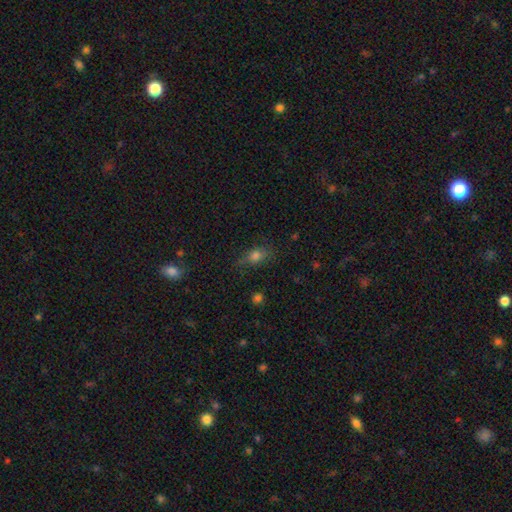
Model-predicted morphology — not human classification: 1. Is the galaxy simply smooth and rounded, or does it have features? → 71% smooth, 16% star or artifact, 13% featured or disk.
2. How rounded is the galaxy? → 67% in between, 23% round, 9% cigar-shaped.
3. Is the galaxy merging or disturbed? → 70% none, 21% minor disturbance, 7% major disturbance, 2% merger.